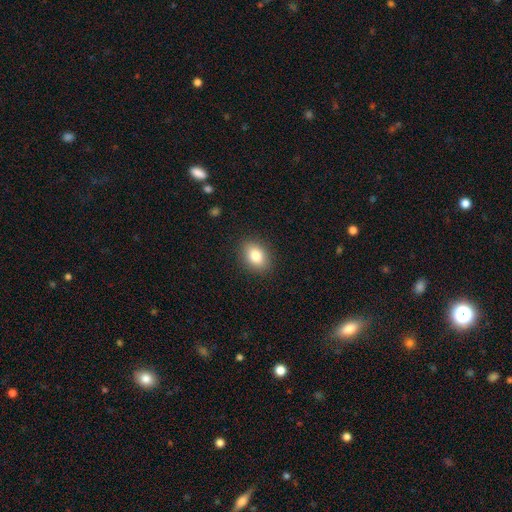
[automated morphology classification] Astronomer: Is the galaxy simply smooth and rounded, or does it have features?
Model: smooth — 82%.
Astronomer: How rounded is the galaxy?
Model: in between — 70%.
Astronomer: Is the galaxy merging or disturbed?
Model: none — 89%.